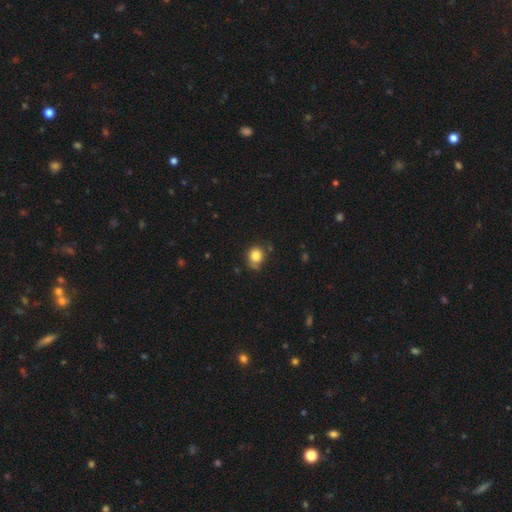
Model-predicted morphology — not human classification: smooth 82%, star or artifact 10%, featured or disk 8%. Down the decision tree: how rounded — round (74%); merging — none (67%).